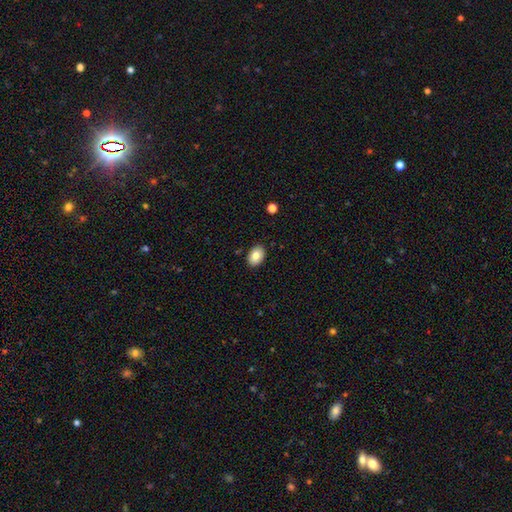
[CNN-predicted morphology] Q: Smooth or featured?
A: smooth (81%); runner-up: featured or disk (11%)
Q: How rounded?
A: in between (80%); runner-up: round (19%)
Q: Merging?
A: none (89%); runner-up: minor disturbance (8%)